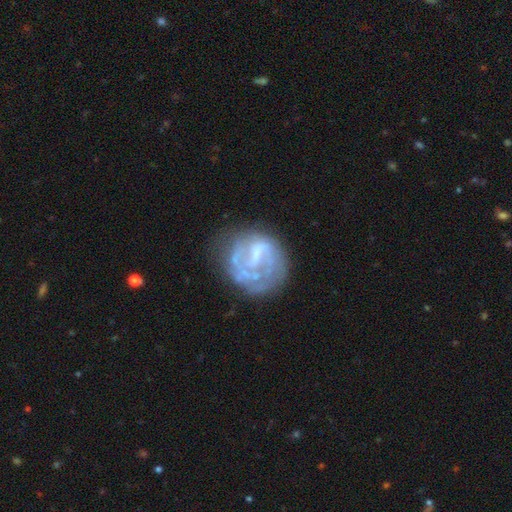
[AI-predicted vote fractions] This appears to be a featured or disk galaxy (69%) with a weak bar (42%), no spiral arms (54%) and no central bulge (49%). Merging: none (52%).